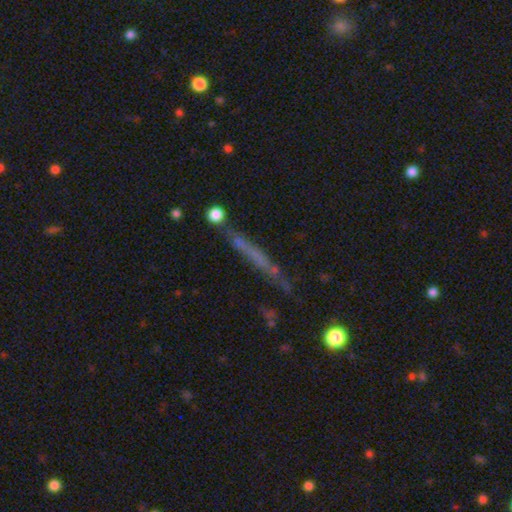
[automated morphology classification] A smooth galaxy with no disk features (42%). Merging: none (66%).